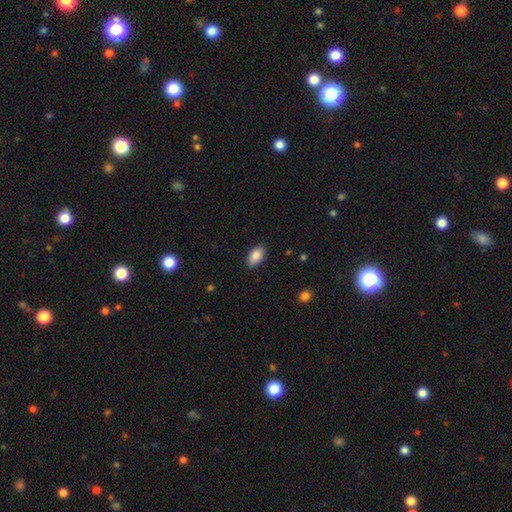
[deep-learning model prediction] Smooth or featured: smooth — 88% (star or artifact — 7%)
How rounded: in between — 93% (round — 4%)
Merging: none — 86% (minor disturbance — 11%)